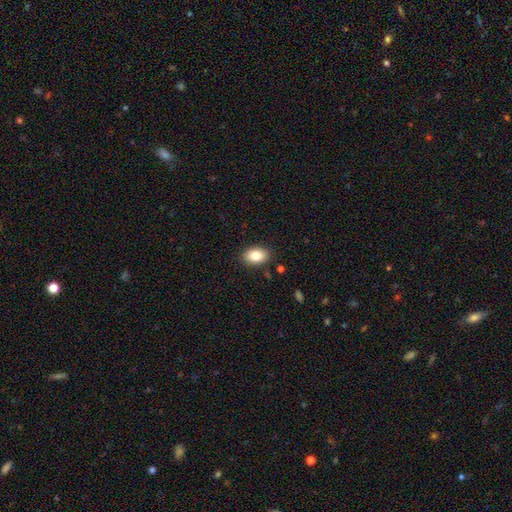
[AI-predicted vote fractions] Q: Smooth or featured?
A: smooth (84%); runner-up: featured or disk (9%)
Q: How rounded?
A: in between (86%); runner-up: round (13%)
Q: Merging?
A: none (88%); runner-up: minor disturbance (9%)